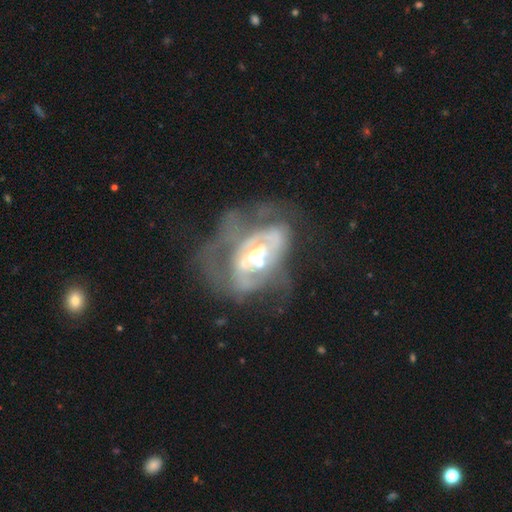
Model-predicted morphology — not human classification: A featured or disk galaxy (77%) with no bar (68%), no spiral arms (51%) and a moderate central bulge (53%).

Vote fractions:
- Smooth or featured? featured or disk: 77% / smooth: 14% / star or artifact: 8%
- Edge-on disk? no: 95% / yes: 5%
- Bar? no: 68% / weak: 23% / strong: 9%
- Spiral arms? no: 51% / yes: 49%
- Bulge size? moderate: 53% / small: 31% / large: 9% / none: 5% / dominant: 2%
- Merging? major disturbance: 38% / merger: 29% / none: 19% / minor disturbance: 14%